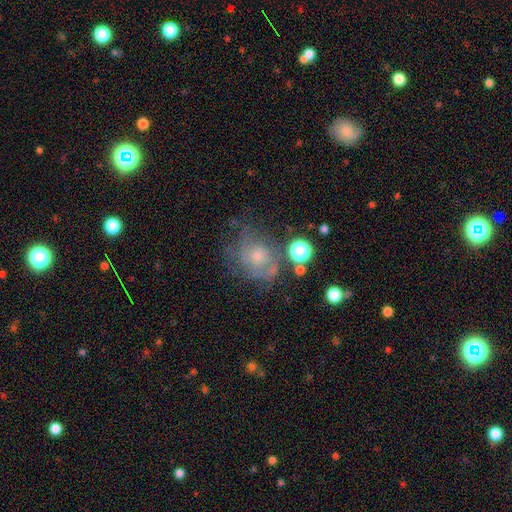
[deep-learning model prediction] Smooth or featured?
  - featured or disk: 51% *
  - smooth: 33%
  - star or artifact: 16%
Edge-on disk?
  - no: 97% *
  - yes: 3%
Merging?
  - none: 51% *
  - minor disturbance: 23%
  - major disturbance: 19%
  - merger: 7%